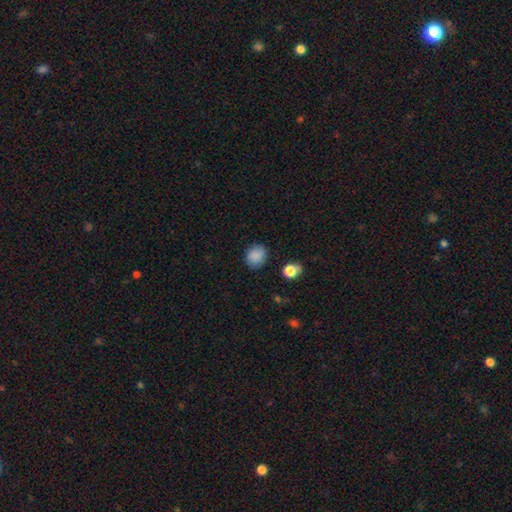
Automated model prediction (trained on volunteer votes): Smooth or featured? Predicted: smooth (p=0.86). How rounded? Predicted: round (p=0.62). Merging? Predicted: none (p=0.82).